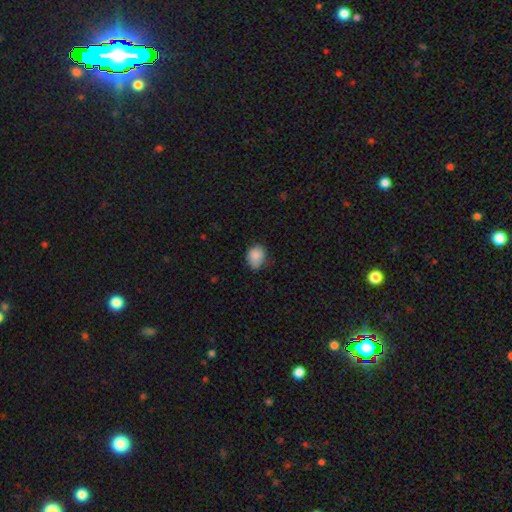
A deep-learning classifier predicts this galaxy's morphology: Q: Smooth or featured?
A: smooth (85%); runner-up: star or artifact (8%)
Q: How rounded?
A: in between (54%); runner-up: round (45%)
Q: Merging?
A: none (60%); runner-up: minor disturbance (32%)